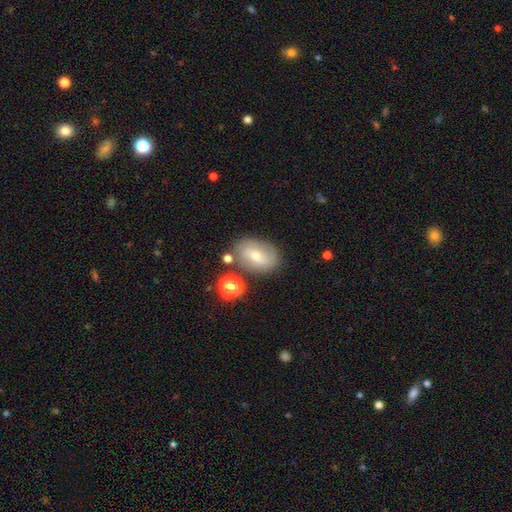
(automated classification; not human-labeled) smooth-or-featured: smooth: 46% | featured or disk: 43% | star or artifact: 10%
  merging: none: 75% | minor disturbance: 14% | merger: 6% | major disturbance: 5%